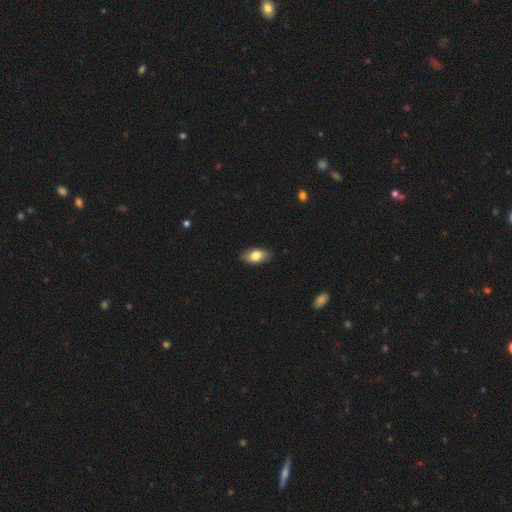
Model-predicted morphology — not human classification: Smooth or featured: smooth — 76% (featured or disk — 18%)
How rounded: in between — 90% (round — 5%)
Merging: none — 86% (minor disturbance — 11%)